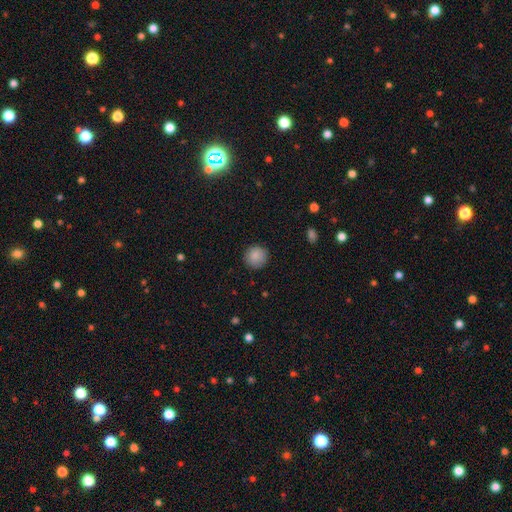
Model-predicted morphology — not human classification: A smooth galaxy with no disk features (87%) that is round (93%). Merging: none (88%).